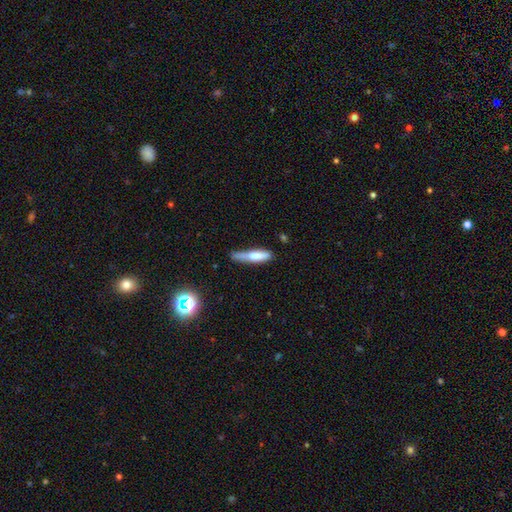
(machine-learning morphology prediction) type=smooth (71%); roundness=cigar-shaped (81%); merging=none (46%).